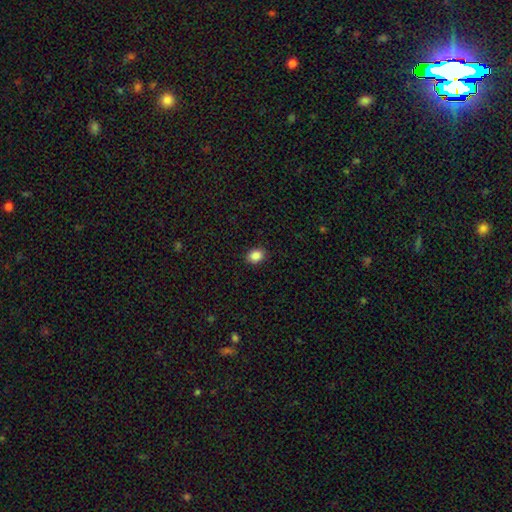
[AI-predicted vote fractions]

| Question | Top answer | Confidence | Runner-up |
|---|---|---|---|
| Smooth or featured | smooth | 87% | star or artifact (9%) |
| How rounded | in between | 55% | round (44%) |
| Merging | none | 90% | minor disturbance (7%) |